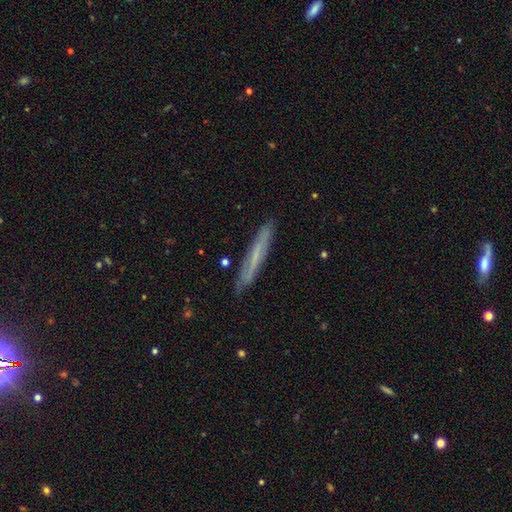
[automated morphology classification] smooth-or-featured: smooth: 53% | featured or disk: 39% | star or artifact: 8%
  how-rounded: cigar-shaped: 95% | in between: 4% | round: 1%
  merging: none: 87% | minor disturbance: 9% | major disturbance: 2% | merger: 1%